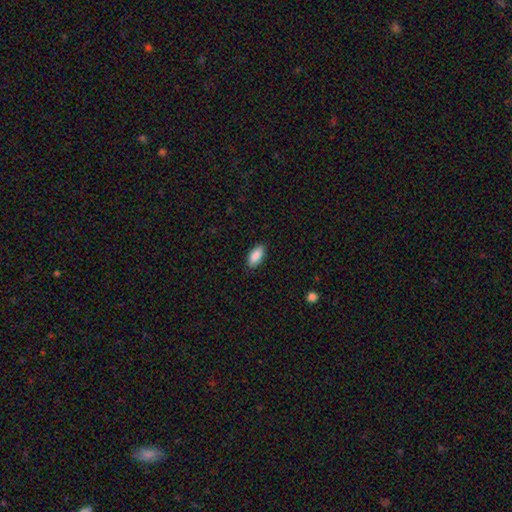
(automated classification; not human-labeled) The model was most divided on "merging": none: 88%, minor disturbance: 9%, major disturbance: 2%, merger: 1%. More confident: how rounded — in between (91%); smooth or featured — smooth (90%).